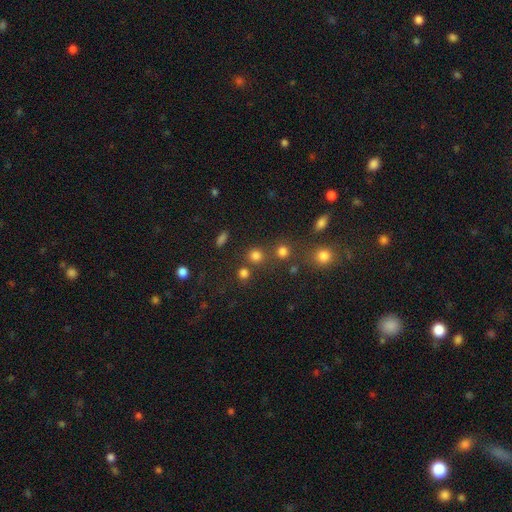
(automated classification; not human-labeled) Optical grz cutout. It shows a smooth galaxy with no disk features (76%) that is round (88%). Merging: none (74%).